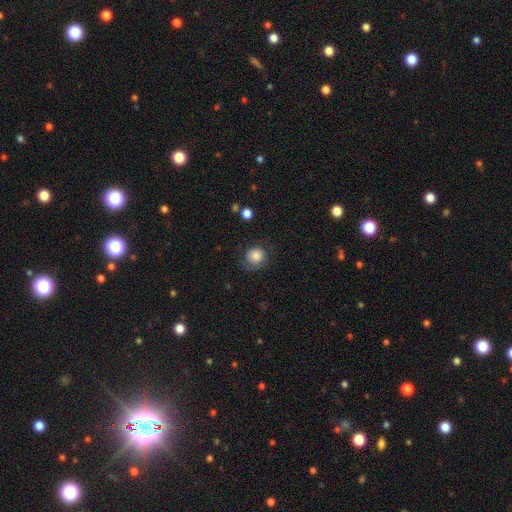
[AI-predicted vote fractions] Smooth or featured? smooth (74%)
How rounded? round (83%)
Merging? none (67%)